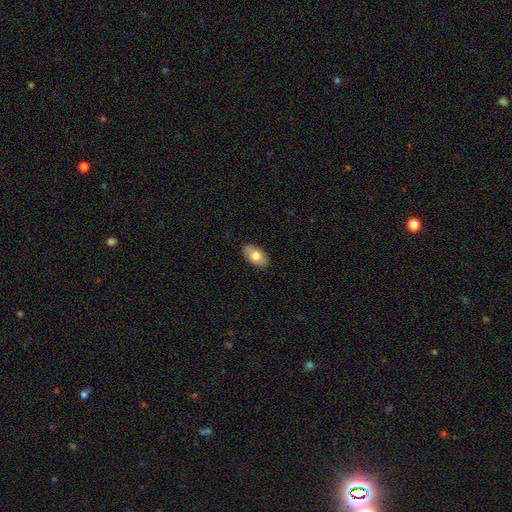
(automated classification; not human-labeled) This appears to be a smooth galaxy with no disk features (77%) that is in between round and cigar-shaped (94%). Merging: none (87%).